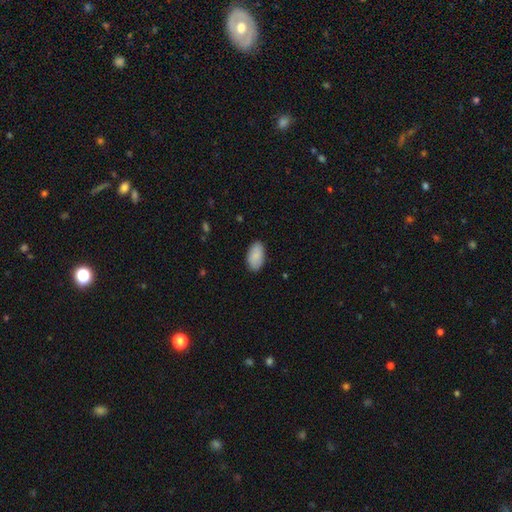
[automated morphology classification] Smooth or featured? smooth (88%)
How rounded? in between (95%)
Merging? none (86%)